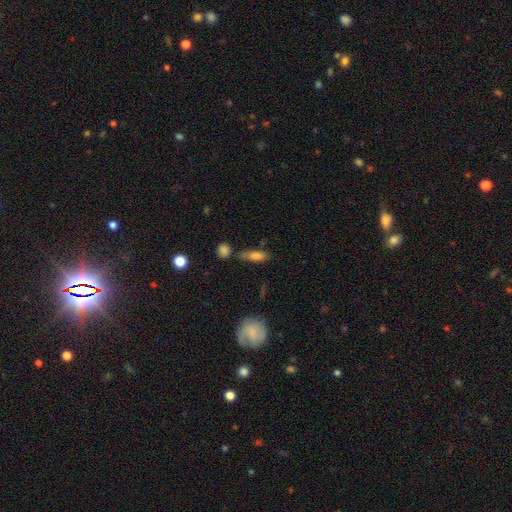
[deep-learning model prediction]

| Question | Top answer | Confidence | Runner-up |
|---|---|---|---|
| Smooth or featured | smooth | 78% | featured or disk (13%) |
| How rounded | in between | 62% | cigar-shaped (35%) |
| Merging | none | 57% | minor disturbance (23%) |